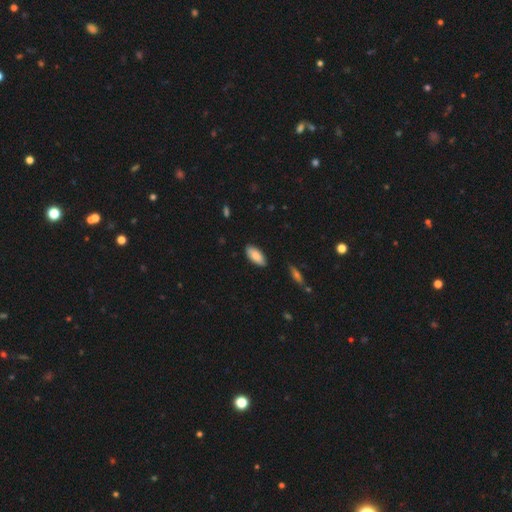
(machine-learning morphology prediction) smooth 85%, featured or disk 9%, star or artifact 6%. Down the decision tree: how rounded — in between (90%); merging — none (84%).